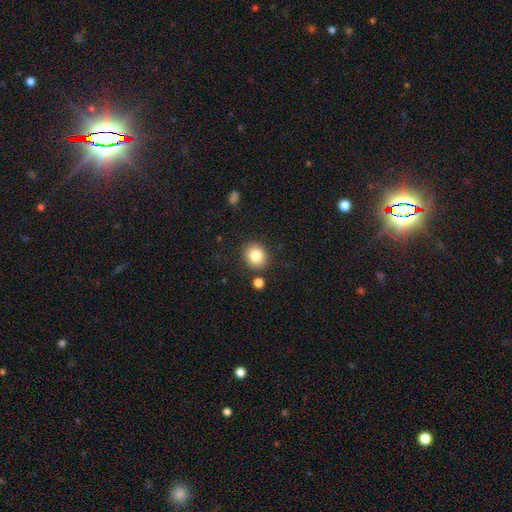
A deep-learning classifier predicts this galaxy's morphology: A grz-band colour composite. It shows a smooth galaxy with no disk features (82%) that is round (76%). Merging: none (86%).